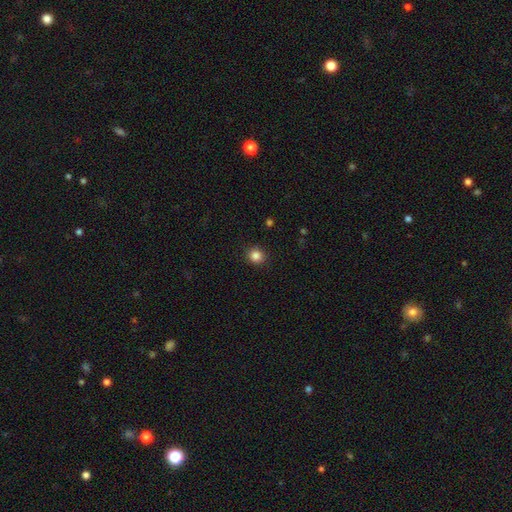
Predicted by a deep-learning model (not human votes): smooth_or_featured: smooth (p=0.85) [alt: star or artifact p=0.11]
how_rounded: round (p=0.88) [alt: in between p=0.11]
merging: none (p=0.91) [alt: minor disturbance p=0.06]